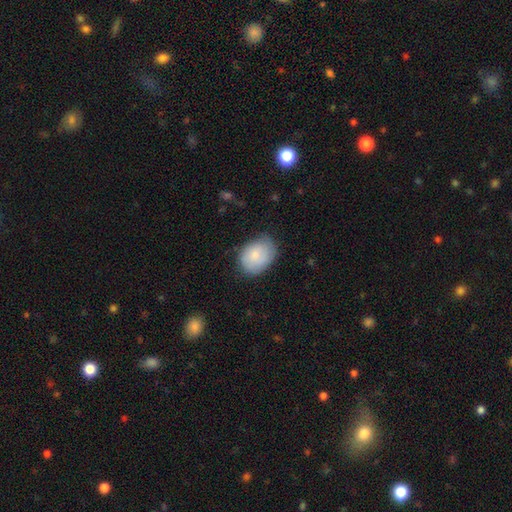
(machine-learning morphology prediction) smooth_or_featured: smooth (p=0.73) [alt: featured or disk p=0.20]
how_rounded: in between (p=0.67) [alt: round p=0.32]
merging: none (p=0.66) [alt: minor disturbance p=0.26]